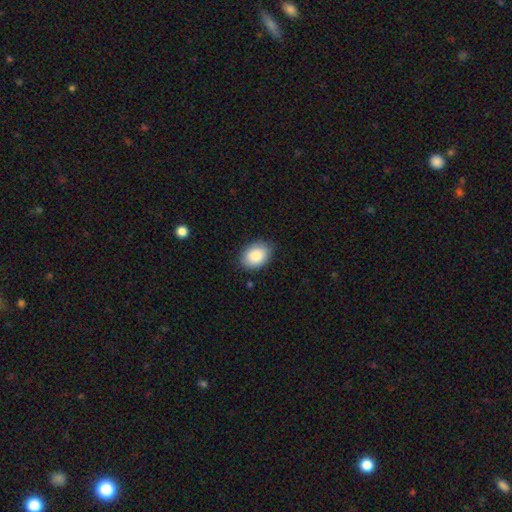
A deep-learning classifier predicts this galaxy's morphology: This appears to be a smooth galaxy with no disk features (87%) that is in between round and cigar-shaped (80%). Merging: none (84%).